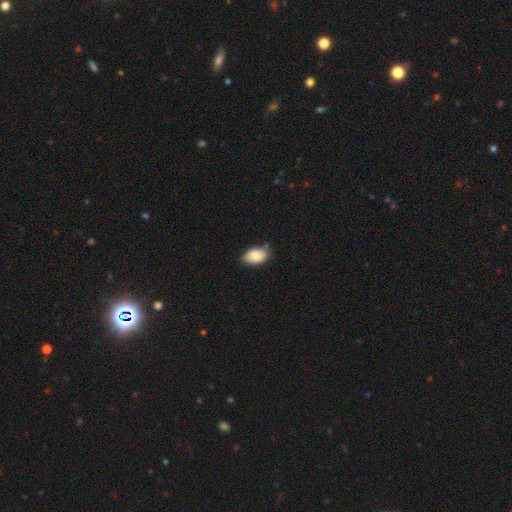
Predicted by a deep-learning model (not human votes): Smooth or featured? Predicted: smooth (p=0.85). How rounded? Predicted: in between (p=0.89). Merging? Predicted: none (p=0.67).